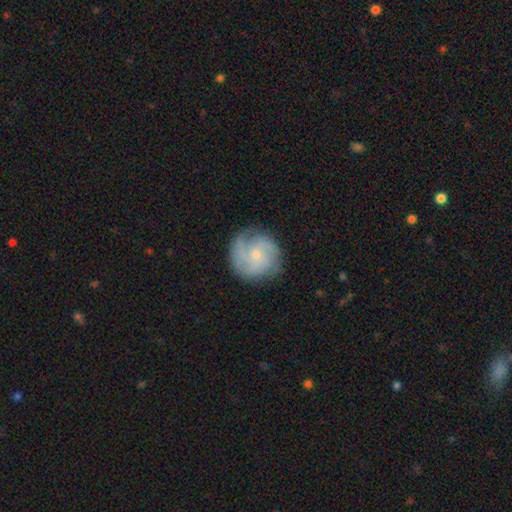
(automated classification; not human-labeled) A featured or disk galaxy (74%) with no bar (70%), 3 (32%) tight (46%) spiral arms (94%) and a small central bulge (74%). Merging: none (76%).